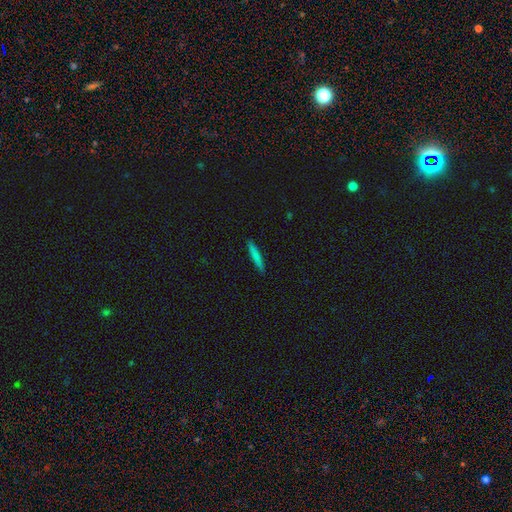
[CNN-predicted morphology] smooth_or_featured: smooth (p=0.77) [alt: featured or disk p=0.17]
how_rounded: cigar-shaped (p=0.94) [alt: in between p=0.05]
merging: none (p=0.90) [alt: minor disturbance p=0.07]